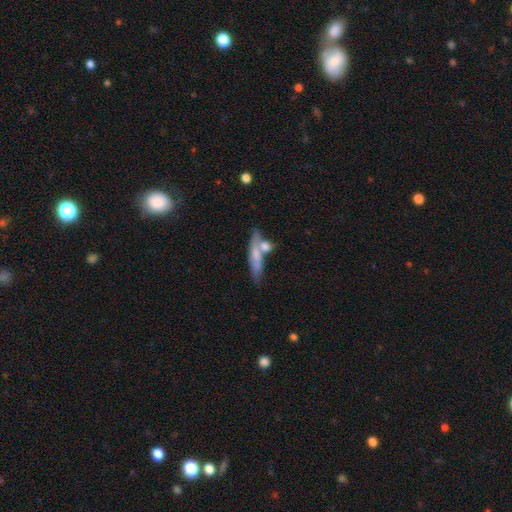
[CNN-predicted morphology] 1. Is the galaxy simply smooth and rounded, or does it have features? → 59% smooth, 34% featured or disk, 7% star or artifact.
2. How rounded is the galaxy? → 64% cigar-shaped, 31% in between, 4% round.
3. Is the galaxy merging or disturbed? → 43% none, 34% merger, 16% minor disturbance, 7% major disturbance.